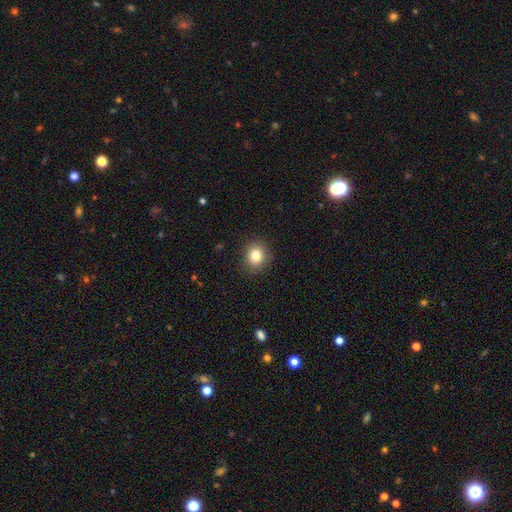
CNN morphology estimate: smooth 82%, star or artifact 11%, featured or disk 7%. Down the decision tree: how rounded — round (79%); merging — none (89%).